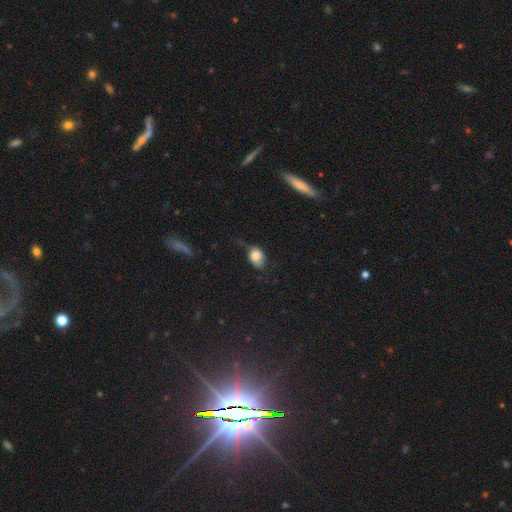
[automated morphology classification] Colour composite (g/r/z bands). It shows a smooth galaxy with no disk features (75%) that is in between round and cigar-shaped (61%). Merging: none (37%).